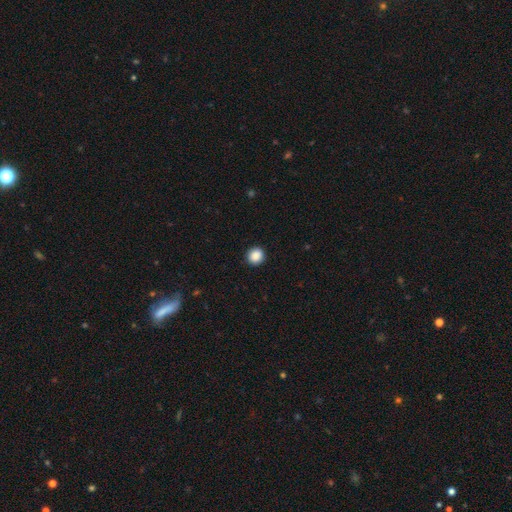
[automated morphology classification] Q: Smooth or featured?
A: smooth (88%); runner-up: star or artifact (9%)
Q: How rounded?
A: round (93%); runner-up: in between (6%)
Q: Merging?
A: none (92%); runner-up: minor disturbance (5%)